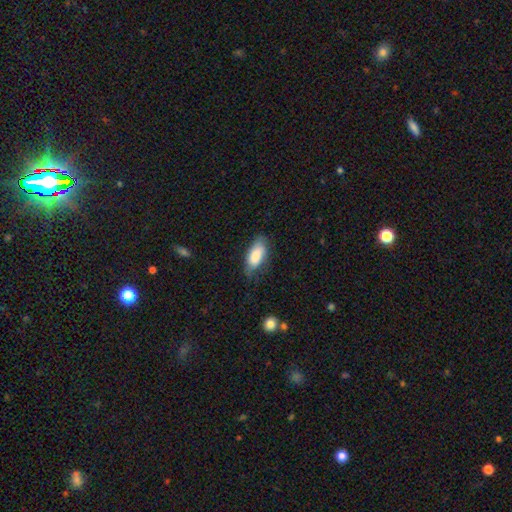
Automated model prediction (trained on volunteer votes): A smooth galaxy with no disk features (83%) that is in between round and cigar-shaped (87%). Merging: none (65%).